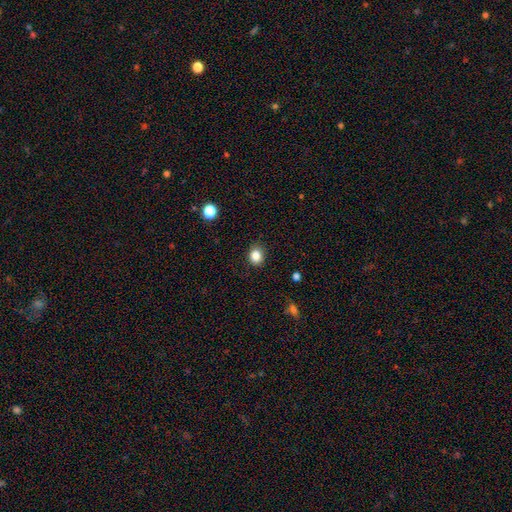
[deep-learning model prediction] Smooth or featured? smooth (85%)
How rounded? round (58%)
Merging? none (85%)